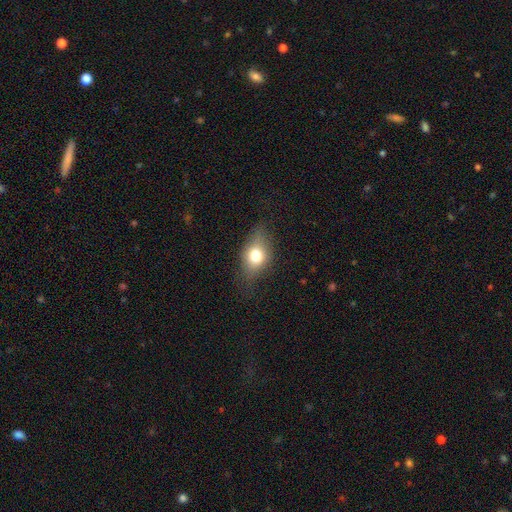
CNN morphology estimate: smooth-or-featured: smooth: 68% | featured or disk: 21% | star or artifact: 11%
  how-rounded: in between: 64% | round: 32% | cigar-shaped: 4%
  merging: none: 72% | minor disturbance: 20% | major disturbance: 7% | merger: 1%